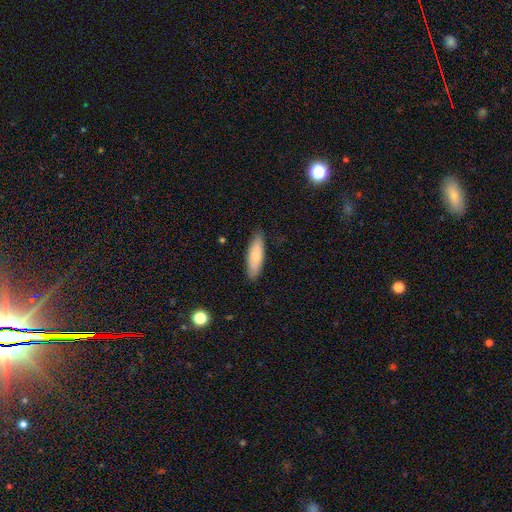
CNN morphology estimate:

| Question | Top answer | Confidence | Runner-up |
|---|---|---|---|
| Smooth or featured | smooth | 76% | featured or disk (18%) |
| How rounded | in between | 50% | cigar-shaped (48%) |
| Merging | none | 83% | minor disturbance (14%) |